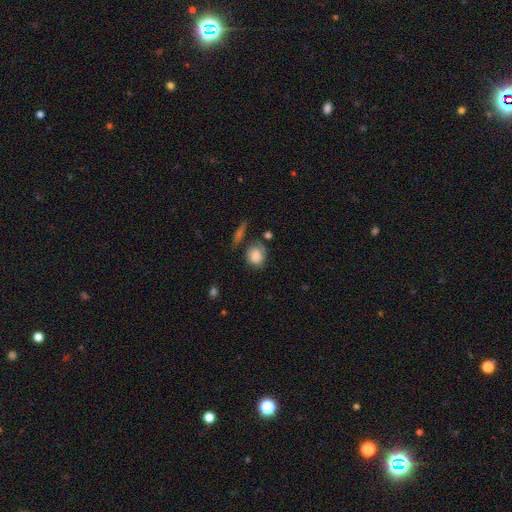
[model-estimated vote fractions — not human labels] A smooth galaxy with no disk features (79%) that is round (64%). Merging: none (55%).